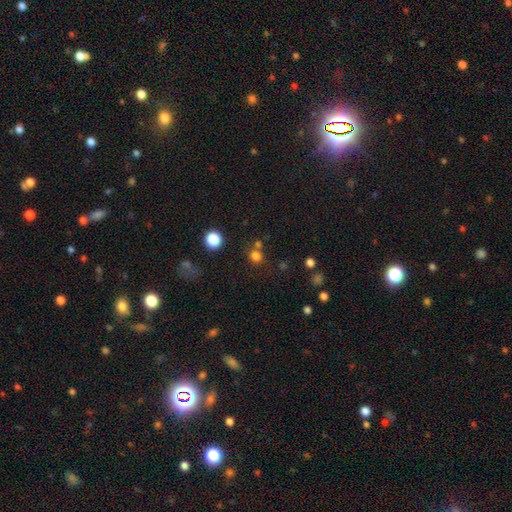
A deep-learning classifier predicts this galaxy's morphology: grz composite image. It shows a smooth galaxy with no disk features (75%) that is round (88%). Merging: none (68%).